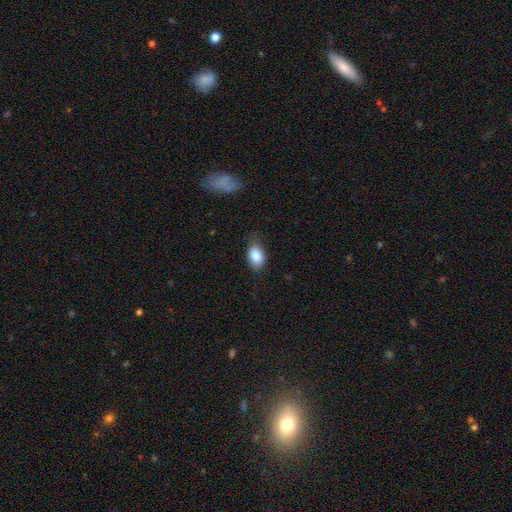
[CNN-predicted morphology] A smooth galaxy with no disk features (85%) that is in between round and cigar-shaped (87%).

Vote fractions:
- Smooth or featured? smooth: 85% / featured or disk: 8% / star or artifact: 7%
- How rounded? in between: 87% / round: 11% / cigar-shaped: 2%
- Merging? none: 70% / minor disturbance: 24% / major disturbance: 5% / merger: 1%